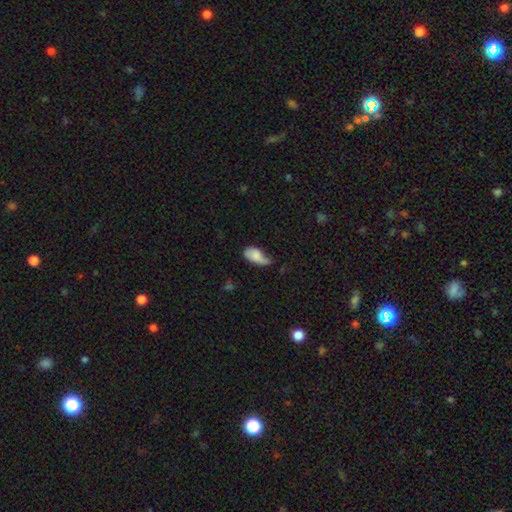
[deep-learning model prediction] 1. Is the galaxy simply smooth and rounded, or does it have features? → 73% smooth, 20% featured or disk, 7% star or artifact.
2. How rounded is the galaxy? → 92% in between, 5% cigar-shaped, 4% round.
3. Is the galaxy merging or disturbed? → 44% minor disturbance, 30% none, 22% major disturbance, 3% merger.